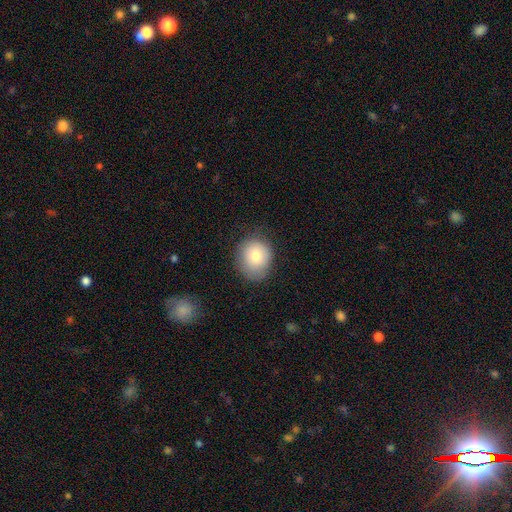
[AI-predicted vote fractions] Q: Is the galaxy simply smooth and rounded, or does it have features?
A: smooth — 78%.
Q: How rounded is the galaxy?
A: round — 71%.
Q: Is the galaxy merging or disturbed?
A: none — 74%.